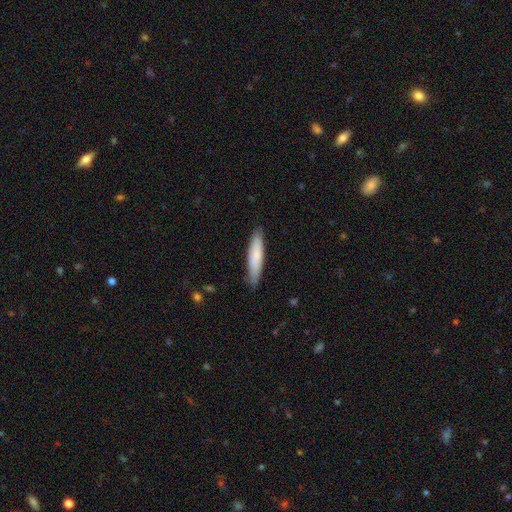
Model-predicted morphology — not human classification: type=smooth (79%); roundness=cigar-shaped (82%); merging=none (84%).